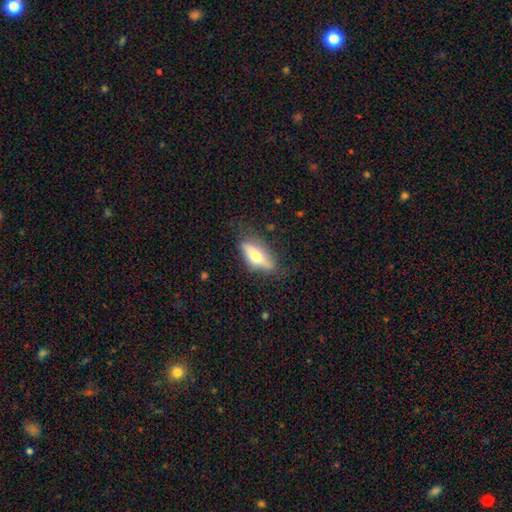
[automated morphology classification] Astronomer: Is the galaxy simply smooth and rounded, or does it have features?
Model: smooth — 49% (runner-up: featured or disk, 44%).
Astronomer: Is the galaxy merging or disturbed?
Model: none — 73%.